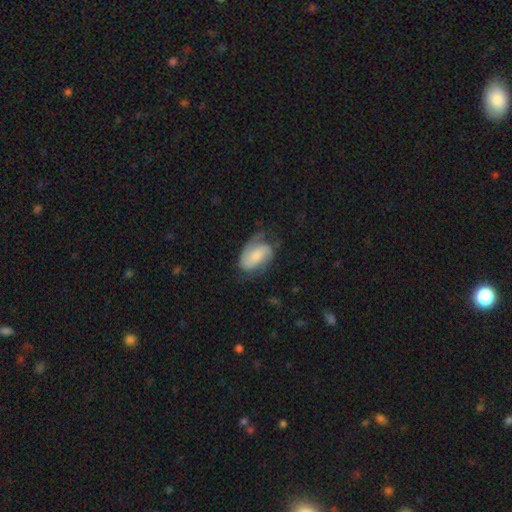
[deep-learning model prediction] Smooth or featured?
  - featured or disk: 62% *
  - smooth: 32%
  - star or artifact: 7%
Edge-on disk?
  - no: 96% *
  - yes: 4%
Bar?
  - no: 50% *
  - weak: 37%
  - strong: 13%
Spiral arms?
  - yes: 90% *
  - no: 10%
Spiral winding?
  - medium: 44% *
  - tight: 29%
  - loose: 27%
Spiral arm count?
  - 2: 74% *
  - 1: 11%
  - can't tell: 10%
  - 3: 2%
  - 4: 1%
  - more than 4: 1%
Bulge size?
  - moderate: 34% *
  - small: 33%
  - none: 16%
  - large: 14%
  - dominant: 3%
Merging?
  - none: 52% *
  - minor disturbance: 28%
  - major disturbance: 19%
  - merger: 2%